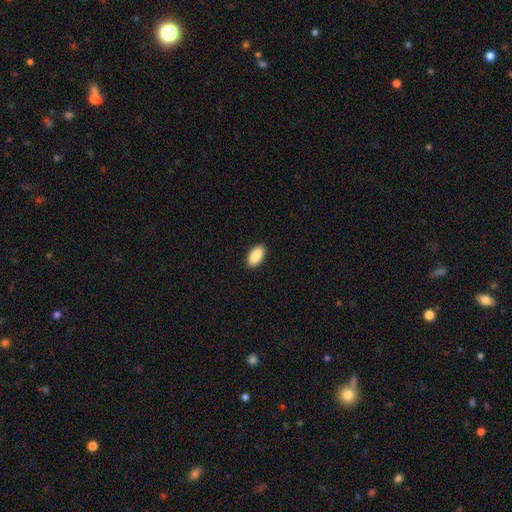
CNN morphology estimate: This is clearly a smooth galaxy (90%). How rounded: clearly in between (95%). Merging: clearly none (90%).